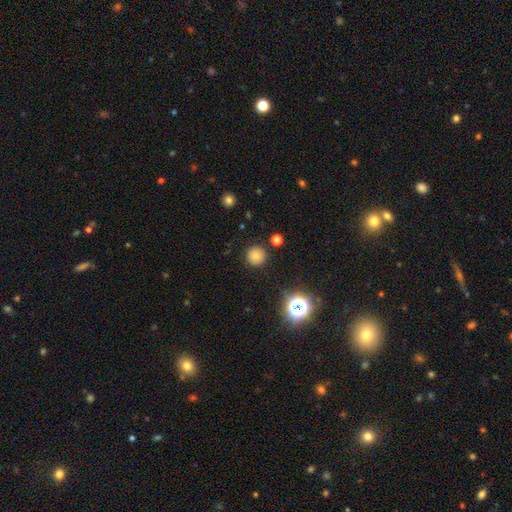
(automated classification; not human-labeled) Smooth or featured: smooth — 78% (star or artifact — 16%)
How rounded: round — 95% (in between — 4%)
Merging: none — 89% (minor disturbance — 7%)